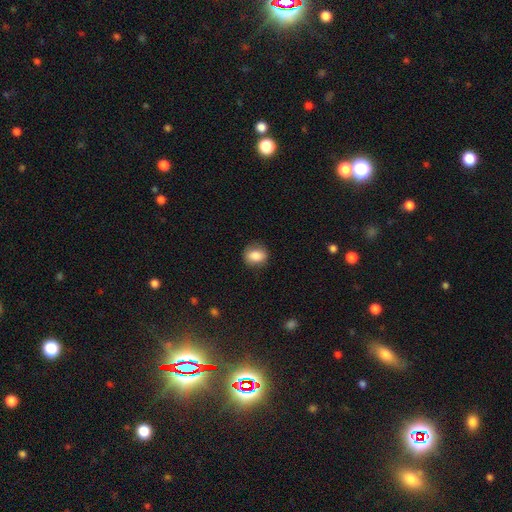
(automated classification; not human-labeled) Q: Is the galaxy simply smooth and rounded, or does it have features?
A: smooth — 84%.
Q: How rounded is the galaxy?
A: round — 50%.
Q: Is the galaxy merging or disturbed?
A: none — 81%.